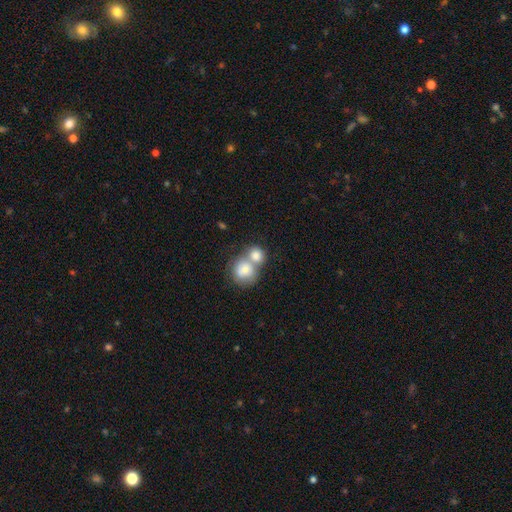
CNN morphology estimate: Q: Smooth or featured?
A: smooth (77%); runner-up: featured or disk (15%)
Q: How rounded?
A: round (78%); runner-up: in between (21%)
Q: Merging?
A: merger (61%); runner-up: none (29%)